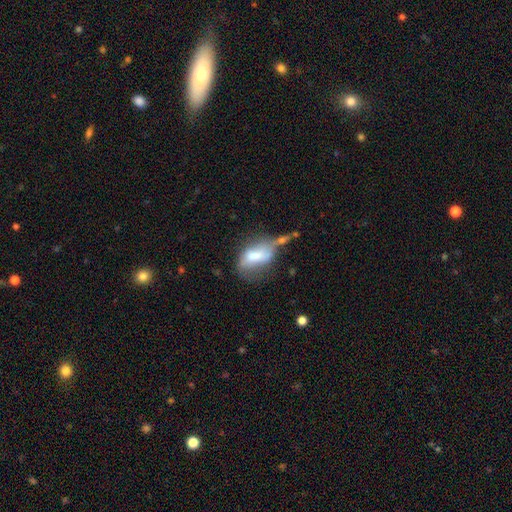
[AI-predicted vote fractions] This is possibly a smooth galaxy (59%). How rounded: clearly in between (87%). Merging: marginally major disturbance (30%).